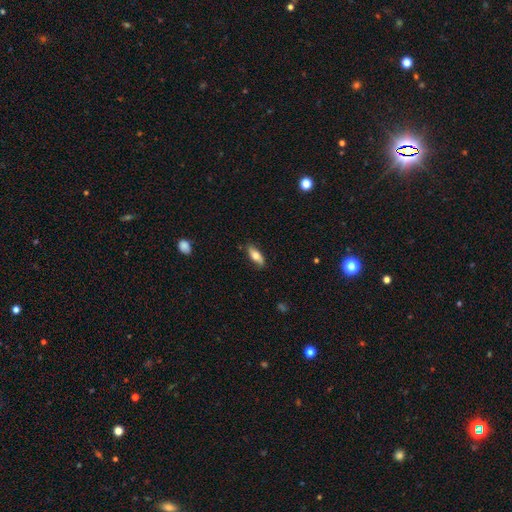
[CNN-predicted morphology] type=smooth (71%); roundness=in between (73%); merging=none (83%).